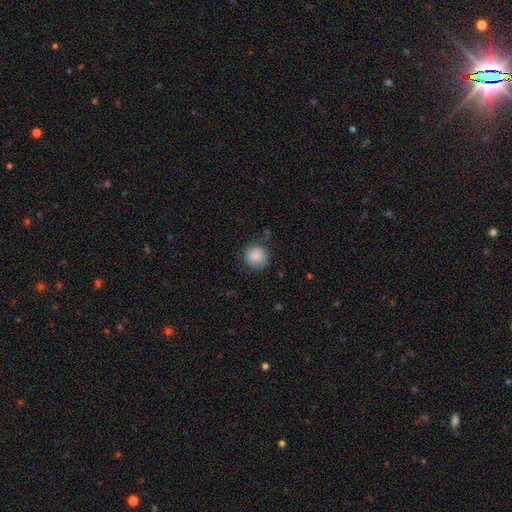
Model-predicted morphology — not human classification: smooth-or-featured: smooth: 87% | star or artifact: 8% | featured or disk: 6%
  how-rounded: round: 90% | in between: 9% | cigar-shaped: 1%
  merging: none: 78% | minor disturbance: 16% | major disturbance: 4% | merger: 2%